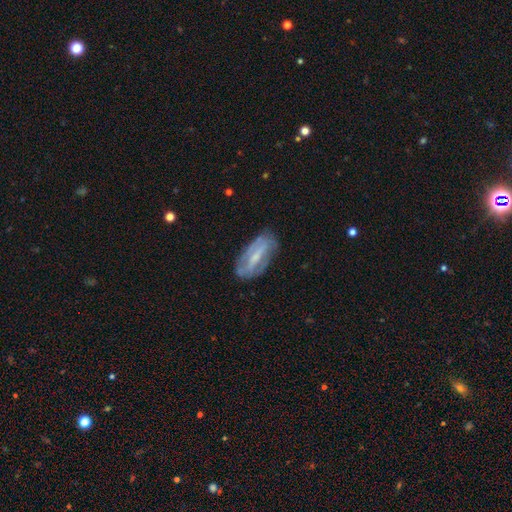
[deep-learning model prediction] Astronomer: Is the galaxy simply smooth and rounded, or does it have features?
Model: featured or disk — 61%.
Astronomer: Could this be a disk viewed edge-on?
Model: no — 84%.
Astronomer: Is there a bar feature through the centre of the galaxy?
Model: strong — 48% (runner-up: weak, 35%).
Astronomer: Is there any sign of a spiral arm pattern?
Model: yes — 58% (runner-up: no, 42%).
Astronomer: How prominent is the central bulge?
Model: small — 47% (runner-up: moderate, 31%).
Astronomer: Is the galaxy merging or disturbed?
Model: none — 70%.